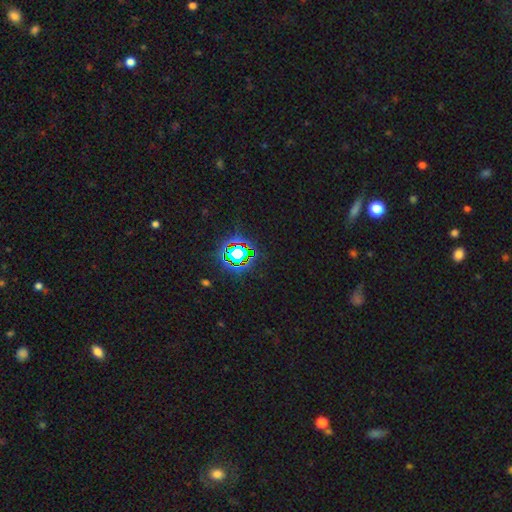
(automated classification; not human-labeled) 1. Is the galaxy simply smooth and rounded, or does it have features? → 76% star or artifact, 16% smooth, 8% featured or disk.